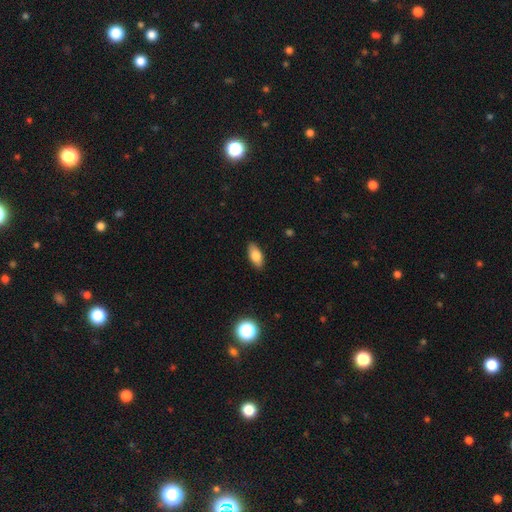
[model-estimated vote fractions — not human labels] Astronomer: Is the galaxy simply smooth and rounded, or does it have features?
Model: smooth — 81%.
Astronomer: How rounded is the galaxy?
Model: in between — 88%.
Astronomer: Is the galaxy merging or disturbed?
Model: none — 88%.